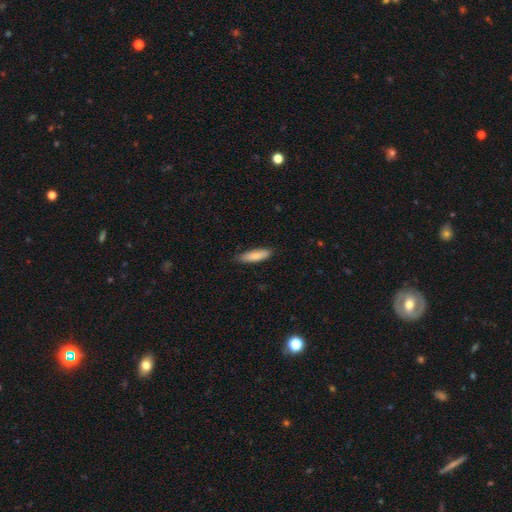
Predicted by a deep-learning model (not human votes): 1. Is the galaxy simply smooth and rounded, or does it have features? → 80% smooth, 15% featured or disk, 6% star or artifact.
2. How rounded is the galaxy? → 58% cigar-shaped, 40% in between, 2% round.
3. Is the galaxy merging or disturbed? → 84% none, 13% minor disturbance, 2% major disturbance, 1% merger.